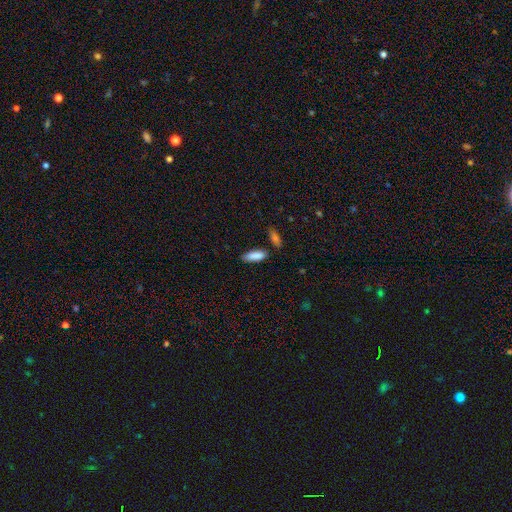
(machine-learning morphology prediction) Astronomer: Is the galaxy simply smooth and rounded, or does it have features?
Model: smooth — 87%.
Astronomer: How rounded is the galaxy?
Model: in between — 57% (runner-up: cigar-shaped, 42%).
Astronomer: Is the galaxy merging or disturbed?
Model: none — 77%.